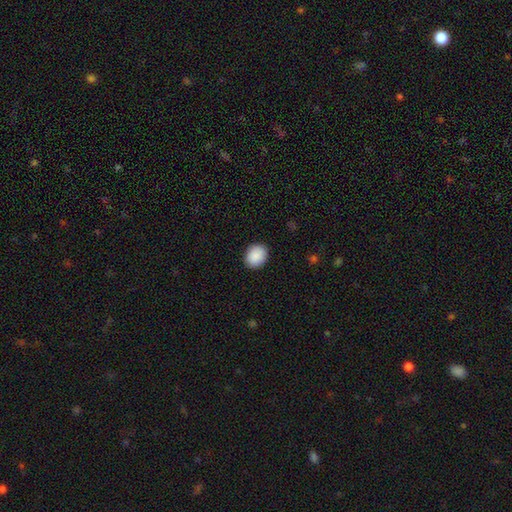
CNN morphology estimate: Smooth or featured? smooth (90%)
How rounded? round (53%)
Merging? none (90%)